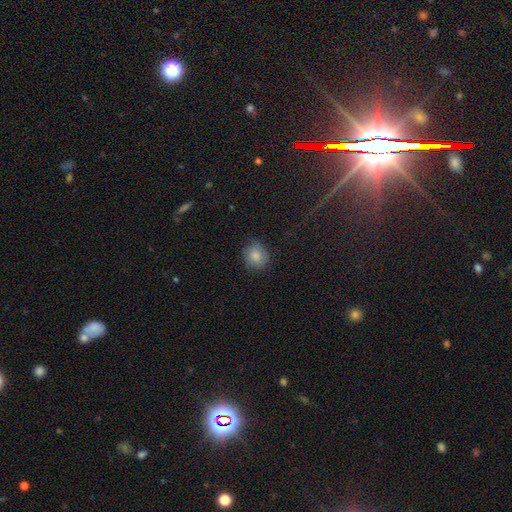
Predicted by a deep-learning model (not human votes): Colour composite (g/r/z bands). It shows a smooth galaxy with no disk features (84%) that is round (77%). Merging: none (78%).